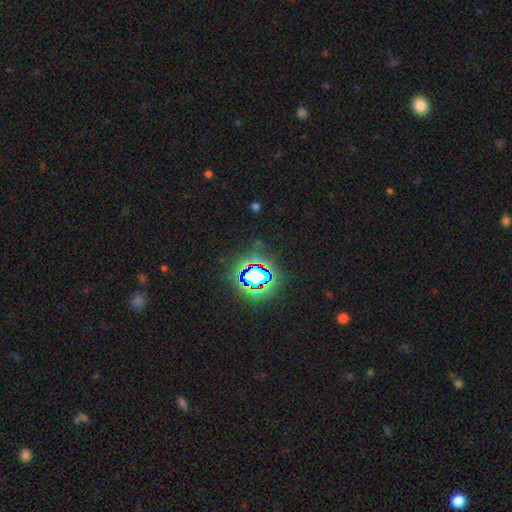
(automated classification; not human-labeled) This appears to be a star or artifact, not a galaxy (82%).